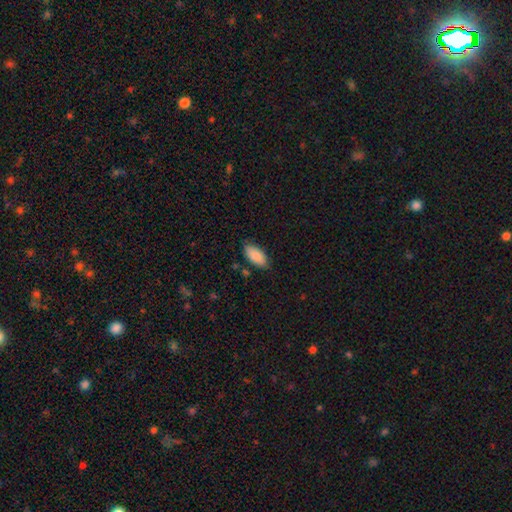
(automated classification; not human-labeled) Smooth or featured: smooth — 88% (star or artifact — 6%)
How rounded: in between — 91% (cigar-shaped — 7%)
Merging: none — 80% (minor disturbance — 15%)